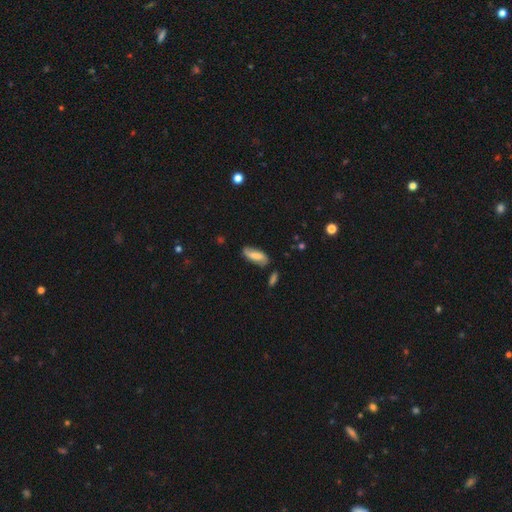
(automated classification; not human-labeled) A smooth galaxy with no disk features (58%) that is in between round and cigar-shaped (73%). Merging: none (66%).